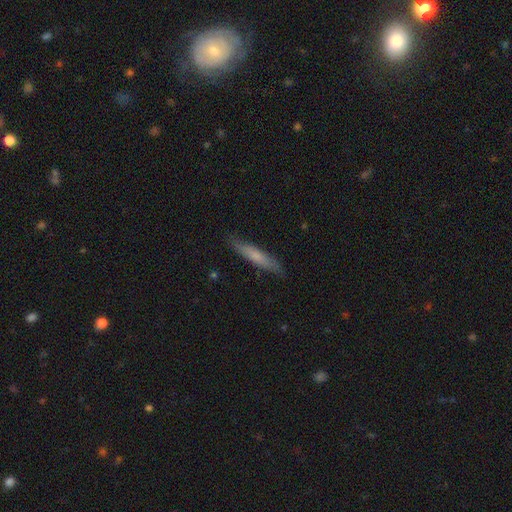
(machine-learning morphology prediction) Smooth or featured?
  - smooth: 64% *
  - featured or disk: 30%
  - star or artifact: 6%
How rounded?
  - cigar-shaped: 90% *
  - in between: 8%
  - round: 1%
Merging?
  - none: 85% *
  - minor disturbance: 12%
  - major disturbance: 2%
  - merger: 1%